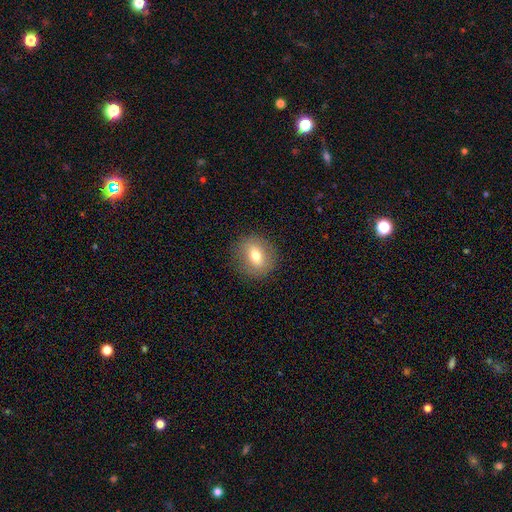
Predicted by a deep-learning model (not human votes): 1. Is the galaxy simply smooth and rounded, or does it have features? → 68% smooth, 23% featured or disk, 10% star or artifact.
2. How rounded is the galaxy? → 67% round, 31% in between, 2% cigar-shaped.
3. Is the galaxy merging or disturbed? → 87% none, 9% minor disturbance, 3% major disturbance, 1% merger.